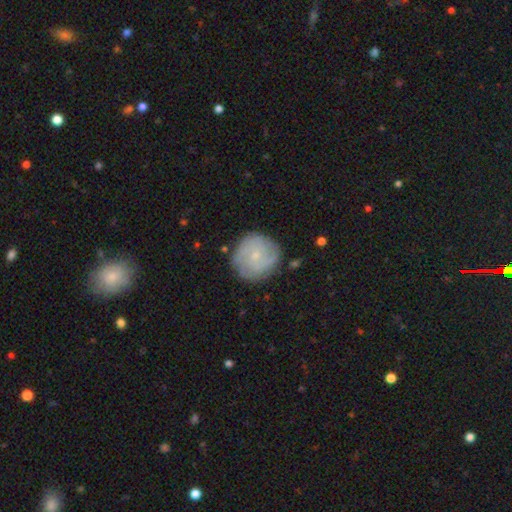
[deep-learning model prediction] Smooth or featured? featured or disk (58%)
Edge-on disk? no (98%)
Bar? no (75%)
Spiral arms? yes (84%)
Bulge size? small (81%)
Merging? none (78%)